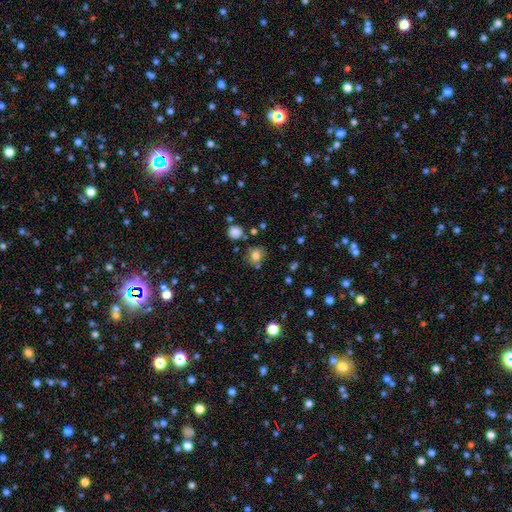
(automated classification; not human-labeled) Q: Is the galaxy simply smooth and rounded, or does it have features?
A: smooth — 76%.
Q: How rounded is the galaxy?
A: round — 63%.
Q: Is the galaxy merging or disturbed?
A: none — 73%.